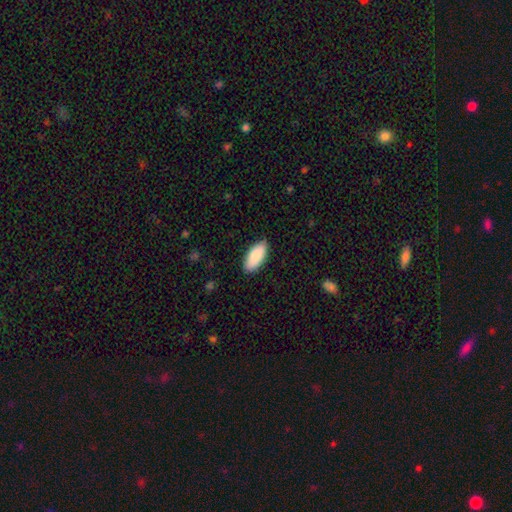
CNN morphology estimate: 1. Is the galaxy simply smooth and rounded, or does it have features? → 88% smooth, 6% featured or disk, 5% star or artifact.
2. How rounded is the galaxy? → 88% in between, 11% cigar-shaped, 2% round.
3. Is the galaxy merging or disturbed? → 86% none, 11% minor disturbance, 2% major disturbance, 1% merger.